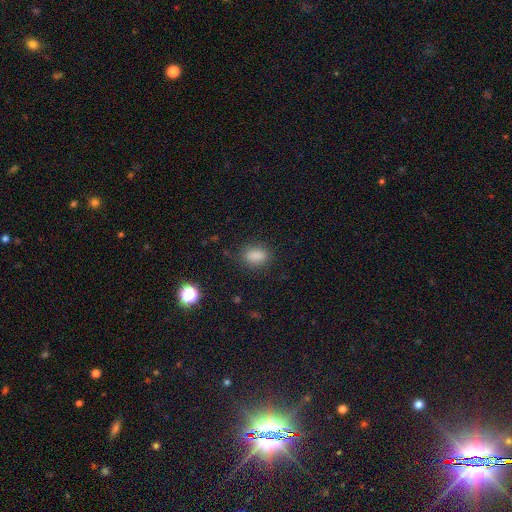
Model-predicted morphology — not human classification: This is clearly a smooth galaxy (84%). How rounded: likely in between (78%). Merging: clearly none (82%).